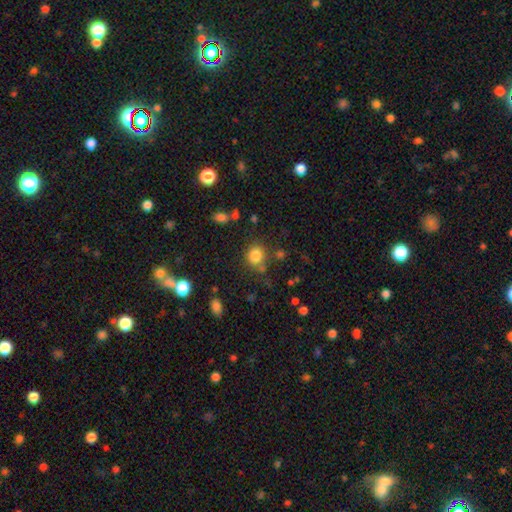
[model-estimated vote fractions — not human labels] The model was most divided on "how rounded": round: 71%, in between: 28%, cigar-shaped: 1%. More confident: smooth or featured — smooth (82%); merging — none (73%).